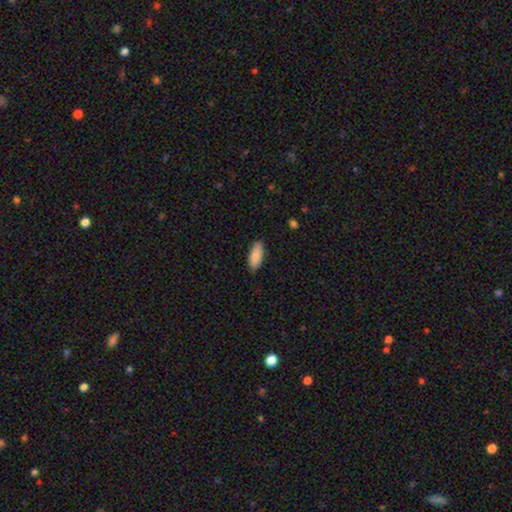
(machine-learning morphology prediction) Smooth or featured? Predicted: smooth (p=0.87). How rounded? Predicted: in between (p=0.78). Merging? Predicted: none (p=0.85).